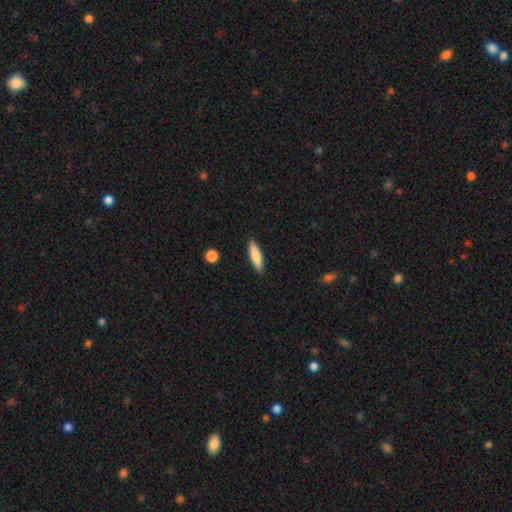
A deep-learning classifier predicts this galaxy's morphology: Overall: smooth (76%). How rounded: cigar-shaped (64%; in between 34%). Merging: none (88%).